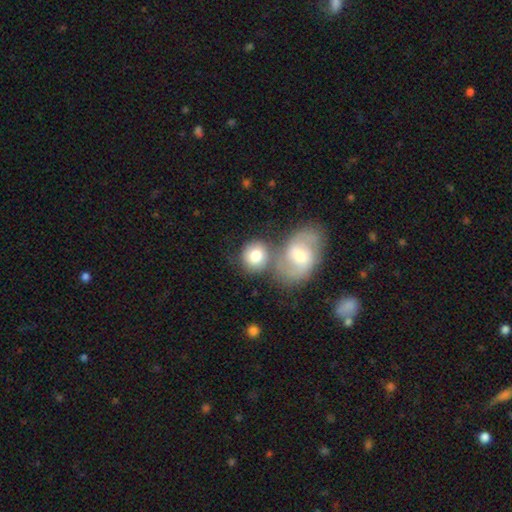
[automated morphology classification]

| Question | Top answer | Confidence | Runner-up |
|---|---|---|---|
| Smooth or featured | smooth | 71% | featured or disk (22%) |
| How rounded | round | 74% | in between (25%) |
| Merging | none | 44% | merger (41%) |